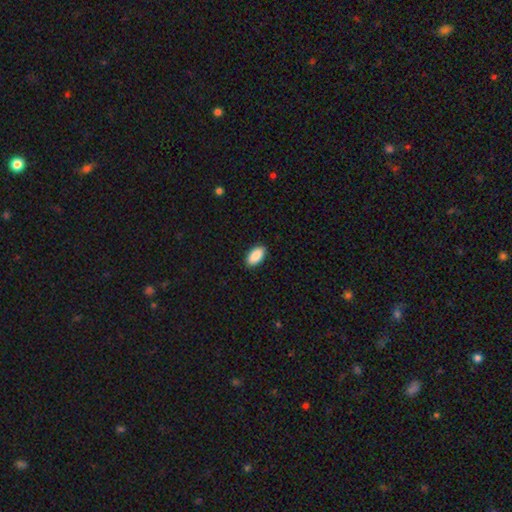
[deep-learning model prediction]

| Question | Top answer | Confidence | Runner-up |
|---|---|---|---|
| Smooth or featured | smooth | 90% | star or artifact (6%) |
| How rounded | in between | 94% | cigar-shaped (3%) |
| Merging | none | 90% | minor disturbance (8%) |